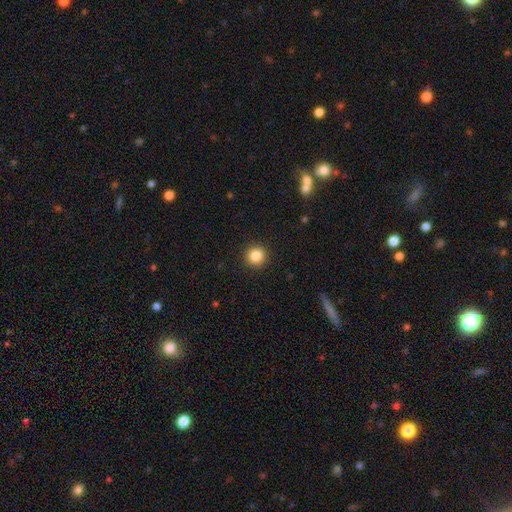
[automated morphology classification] type=smooth (85%); roundness=round (95%); merging=none (93%).